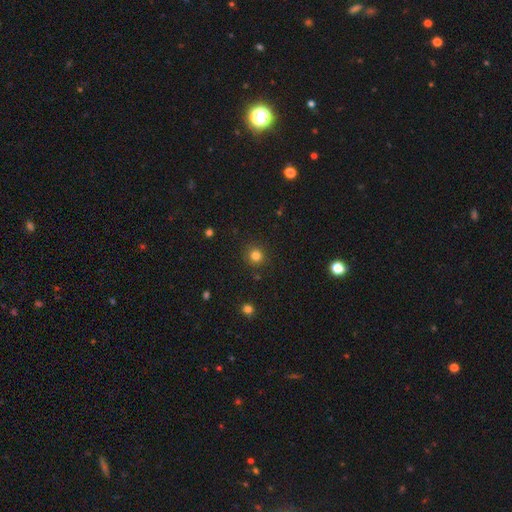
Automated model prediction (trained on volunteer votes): This appears to be a smooth galaxy with no disk features (81%) that is round (91%). Merging: none (89%).